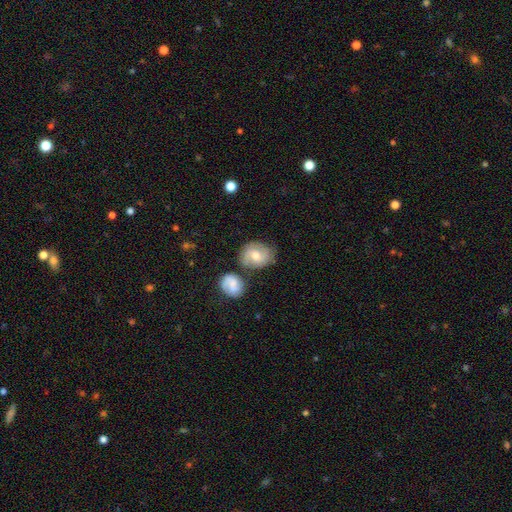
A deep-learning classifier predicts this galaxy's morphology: featured or disk 54%, smooth 38%, star or artifact 7%. Down the decision tree: edge-on disk — no (96%); bar — no (49%); spiral arms — yes (85%); bulge size — moderate (66%); merging — none (64%).